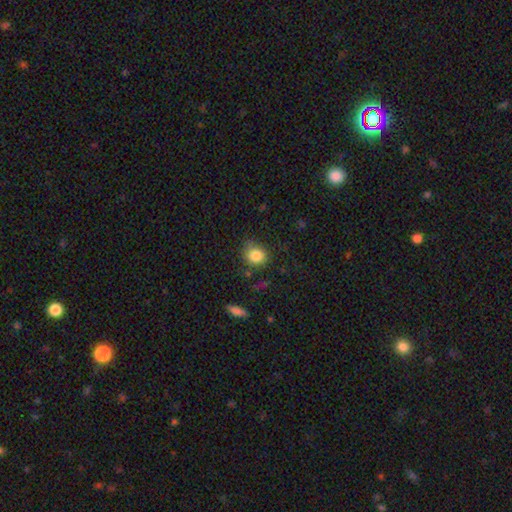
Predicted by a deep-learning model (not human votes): Smooth or featured? smooth (84%)
How rounded? round (77%)
Merging? none (75%)